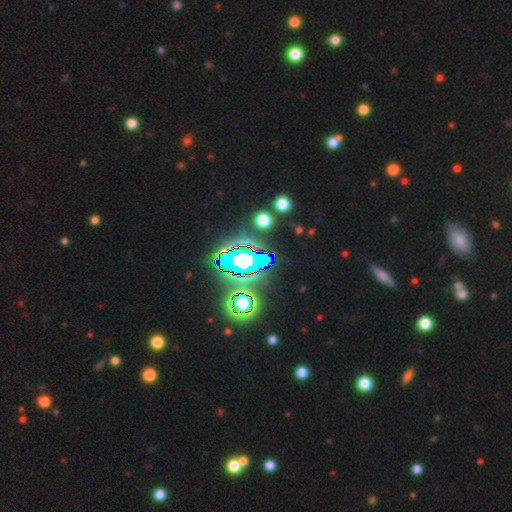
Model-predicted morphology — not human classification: Smooth or featured: star or artifact — 83% (smooth — 10%)